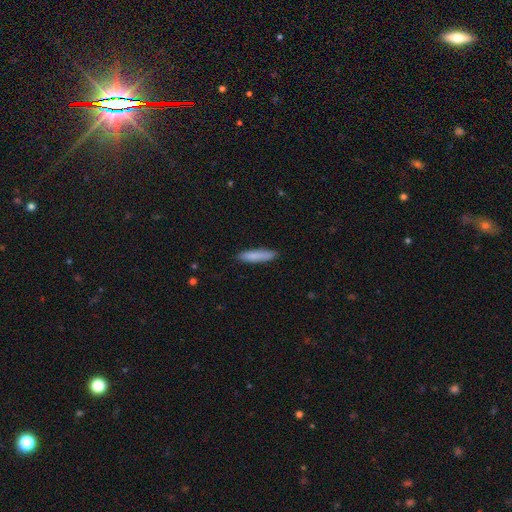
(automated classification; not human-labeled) A smooth galaxy with no disk features (85%) that is cigar-shaped (84%). Merging: none (88%).